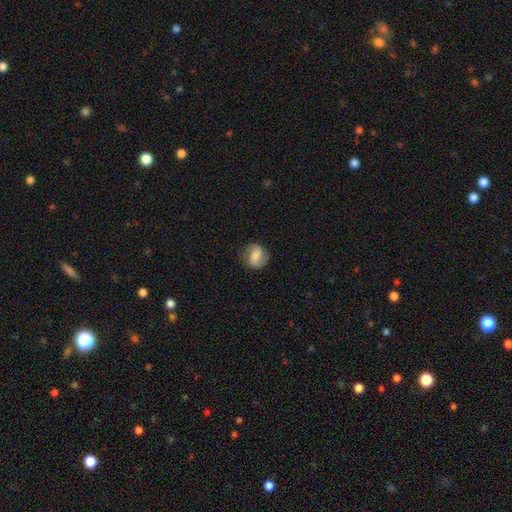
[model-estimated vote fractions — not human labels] Smooth or featured? Predicted: featured or disk (p=0.53). Edge-on disk? Predicted: no (p=0.97). Bar? Predicted: weak (p=0.40). Spiral arms? Predicted: yes (p=0.86). Bulge size? Predicted: moderate (p=0.32). Merging? Predicted: none (p=0.76).